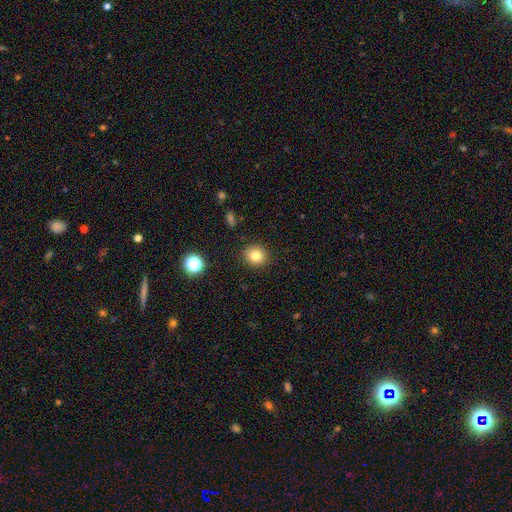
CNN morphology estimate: Overall: smooth (81%). How rounded: round (83%). Merging: none (90%).